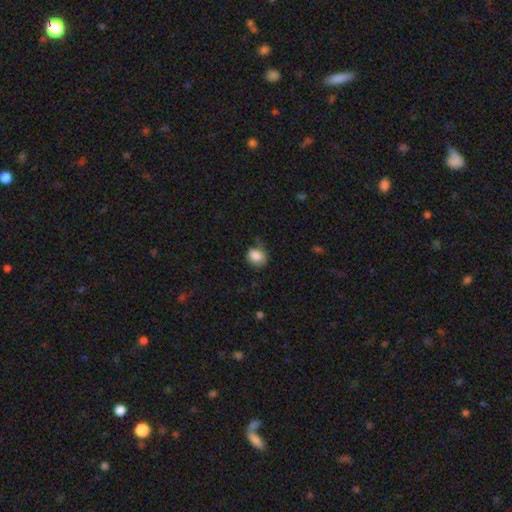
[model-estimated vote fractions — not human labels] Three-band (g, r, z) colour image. It shows a smooth galaxy with no disk features (85%) that is in between round and cigar-shaped (52%). Merging: none (56%).